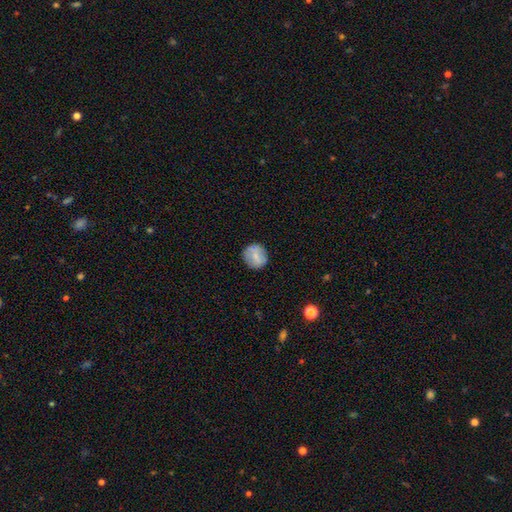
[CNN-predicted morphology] Q: Smooth or featured?
A: smooth (73%); runner-up: featured or disk (20%)
Q: How rounded?
A: round (89%); runner-up: in between (10%)
Q: Merging?
A: none (83%); runner-up: minor disturbance (12%)